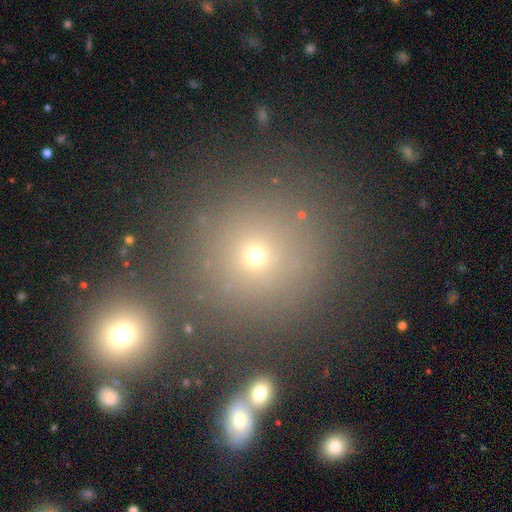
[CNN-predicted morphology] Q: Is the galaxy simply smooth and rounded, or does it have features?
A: smooth — 64%.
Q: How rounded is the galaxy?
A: round — 89%.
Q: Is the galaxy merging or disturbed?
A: none — 77%.